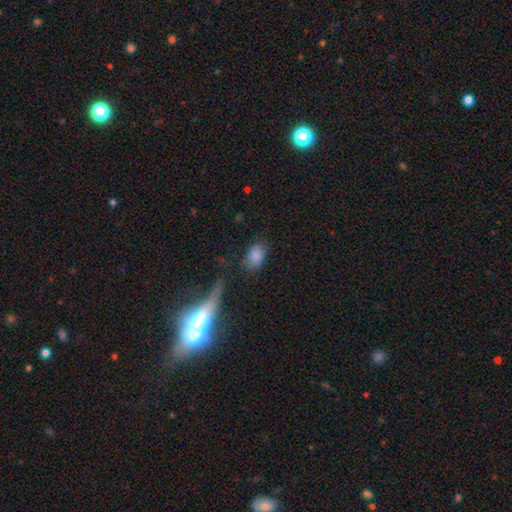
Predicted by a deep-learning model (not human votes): Smooth or featured? smooth (83%)
How rounded? in between (81%)
Merging? none (67%)